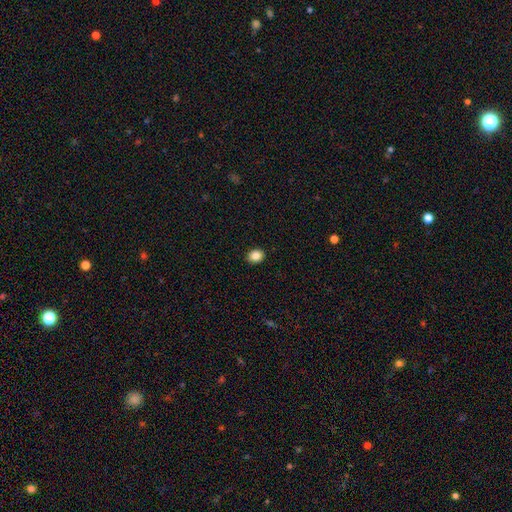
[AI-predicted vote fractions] A smooth galaxy with no disk features (86%) that is round (57%). Merging: none (91%).